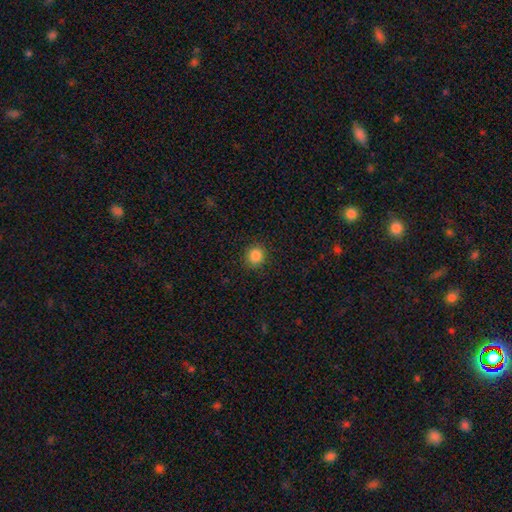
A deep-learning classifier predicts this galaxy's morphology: Q: Smooth or featured?
A: smooth (86%); runner-up: star or artifact (10%)
Q: How rounded?
A: round (88%); runner-up: in between (11%)
Q: Merging?
A: none (90%); runner-up: minor disturbance (7%)